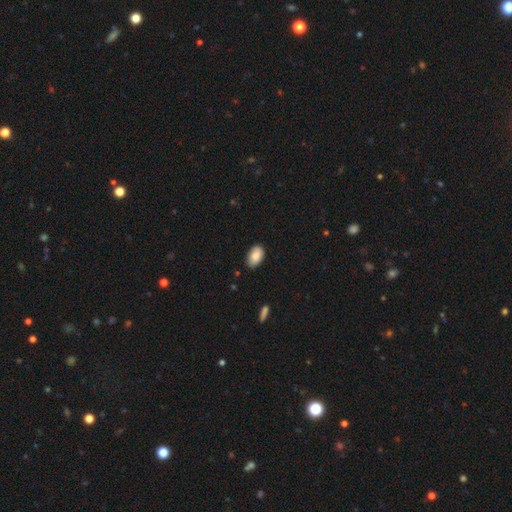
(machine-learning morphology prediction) type=smooth (87%); roundness=in between (93%); merging=none (81%).